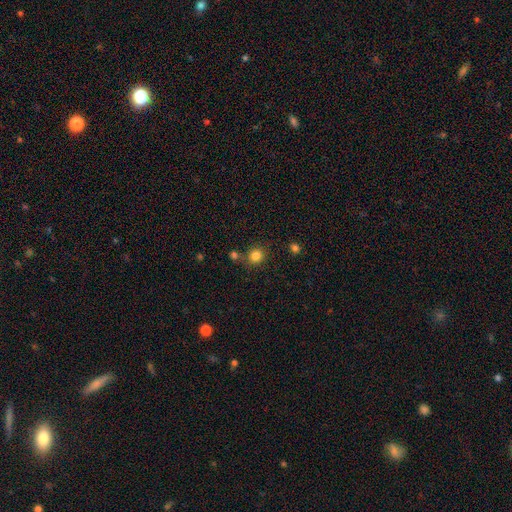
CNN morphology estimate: The model was most divided on "merging": none: 76%, merger: 10%, minor disturbance: 10%, major disturbance: 3%. More confident: how rounded — round (85%); smooth or featured — smooth (83%).